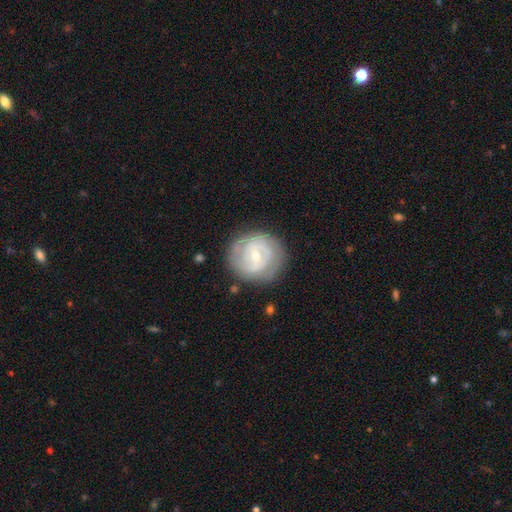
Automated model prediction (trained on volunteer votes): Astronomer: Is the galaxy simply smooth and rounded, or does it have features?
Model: featured or disk — 75%.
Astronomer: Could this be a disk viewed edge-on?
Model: no — 97%.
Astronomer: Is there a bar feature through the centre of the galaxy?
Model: weak — 46% (runner-up: no, 40%).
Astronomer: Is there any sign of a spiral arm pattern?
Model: yes — 86%.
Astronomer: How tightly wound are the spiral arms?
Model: tight — 63%.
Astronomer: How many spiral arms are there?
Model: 2 — 46% (runner-up: can't tell, 31%).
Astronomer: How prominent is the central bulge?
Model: small — 61%.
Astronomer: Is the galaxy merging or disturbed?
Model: none — 78%.